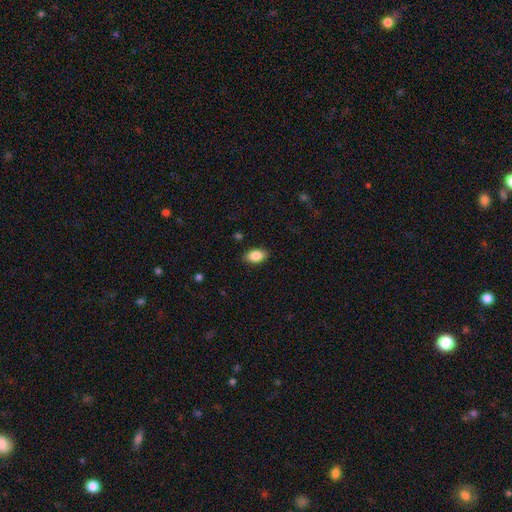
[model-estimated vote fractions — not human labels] Smooth or featured?
  - smooth: 87% *
  - star or artifact: 7%
  - featured or disk: 5%
How rounded?
  - in between: 90% *
  - round: 8%
  - cigar-shaped: 2%
Merging?
  - none: 86% *
  - minor disturbance: 11%
  - major disturbance: 2%
  - merger: 1%